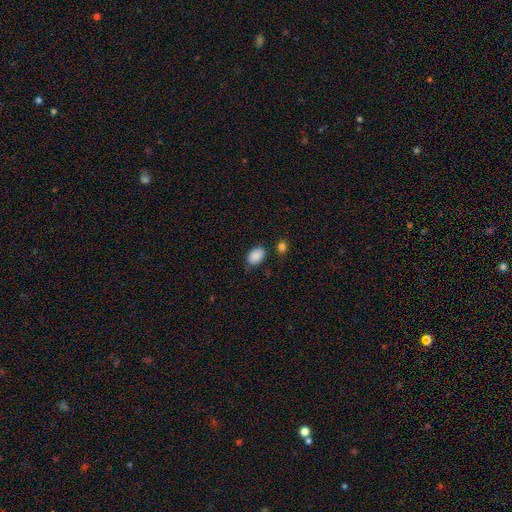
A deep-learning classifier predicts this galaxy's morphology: type=smooth (89%); roundness=in between (87%); merging=none (73%).